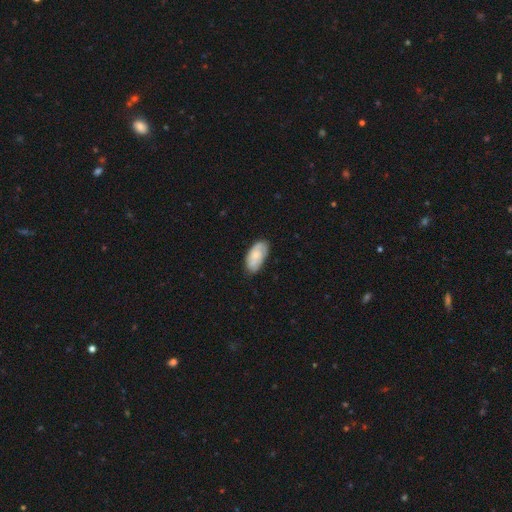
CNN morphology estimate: Q: Smooth or featured?
A: smooth (48%); runner-up: featured or disk (46%)
Q: Merging?
A: none (72%); runner-up: minor disturbance (22%)